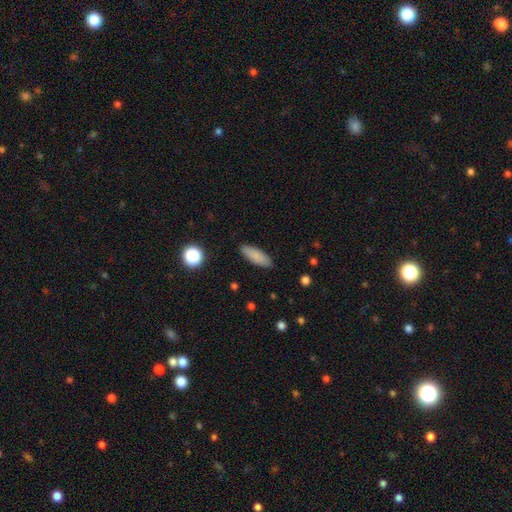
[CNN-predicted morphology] Overall: smooth (85%). How rounded: in between (58%; cigar-shaped 40%). Merging: none (88%).